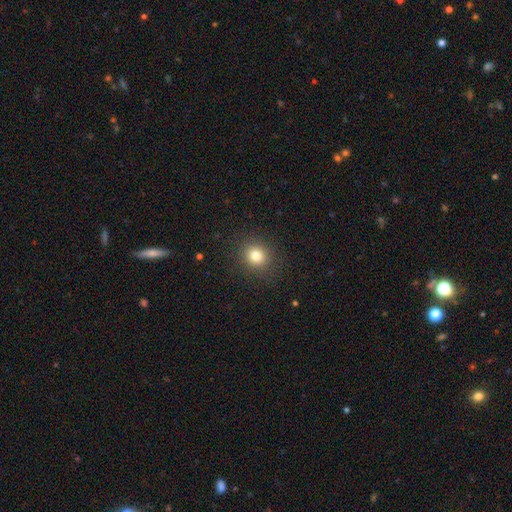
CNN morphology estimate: A smooth galaxy with no disk features (80%) that is round (82%). Merging: none (89%).